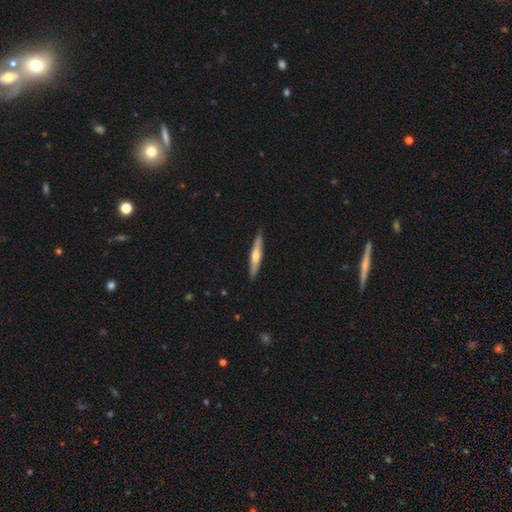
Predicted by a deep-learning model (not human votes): Smooth or featured? featured or disk (48%)
Merging? none (89%)